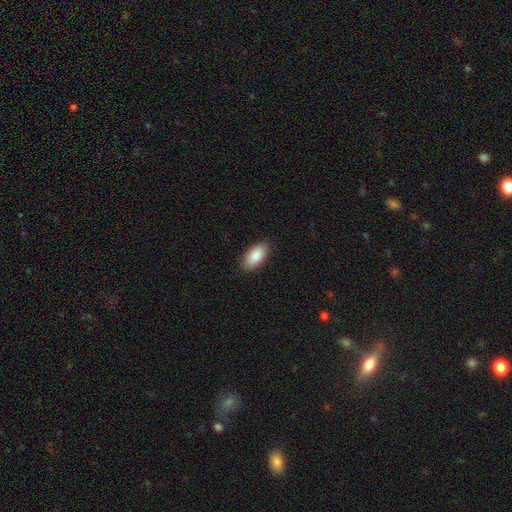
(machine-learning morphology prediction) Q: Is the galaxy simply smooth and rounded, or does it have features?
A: smooth — 88%.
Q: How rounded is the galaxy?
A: in between — 93%.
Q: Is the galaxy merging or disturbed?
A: none — 88%.